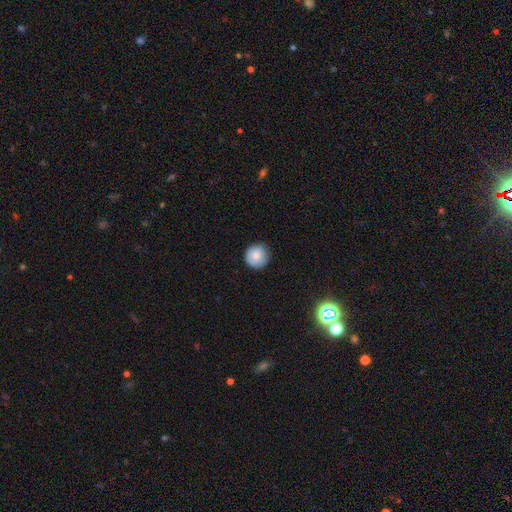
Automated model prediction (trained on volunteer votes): The model was most divided on "merging": none: 84%, minor disturbance: 13%, major disturbance: 2%, merger: 1%. More confident: how rounded — round (95%); smooth or featured — smooth (82%).